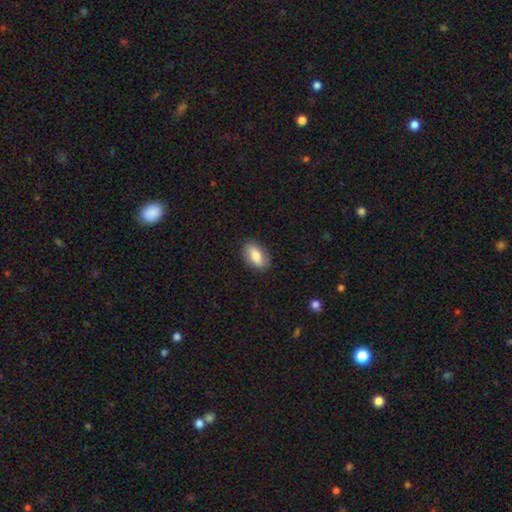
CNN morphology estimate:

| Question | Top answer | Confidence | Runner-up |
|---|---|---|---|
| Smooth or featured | smooth | 79% | featured or disk (15%) |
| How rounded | in between | 90% | round (6%) |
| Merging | none | 84% | minor disturbance (12%) |